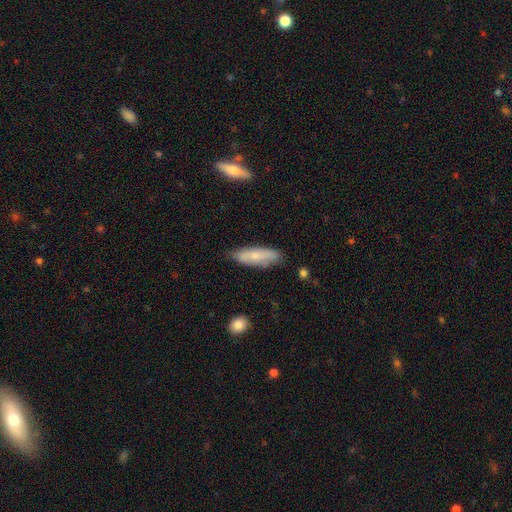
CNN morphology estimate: This is likely a smooth galaxy (68%). How rounded: possibly in between (50%). Merging: likely none (75%).